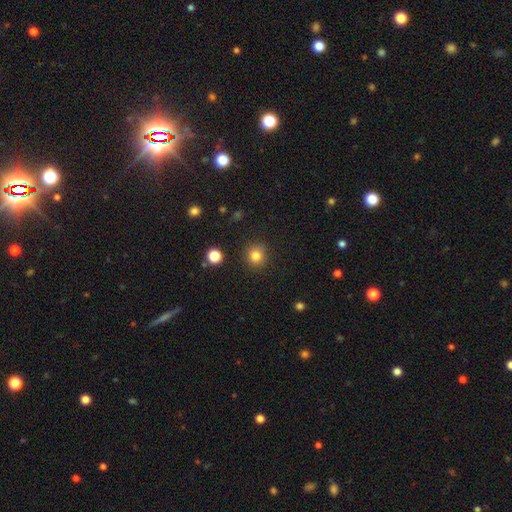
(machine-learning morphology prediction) Overall: smooth (82%). How rounded: round (92%). Merging: none (89%).